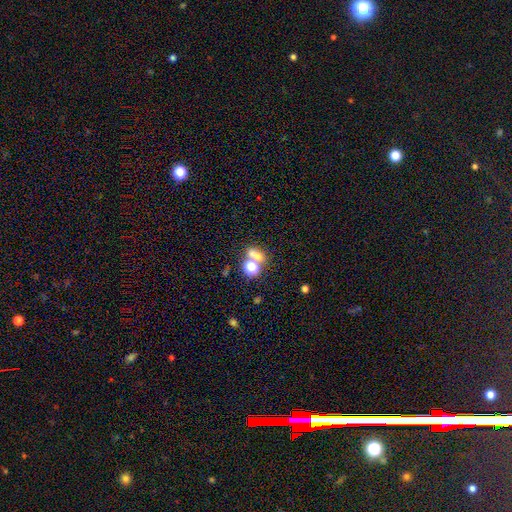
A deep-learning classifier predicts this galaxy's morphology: Overall: smooth (56%; star or artifact 31%). How rounded: round (59%; in between 38%). Merging: none (46%; merger 42%).